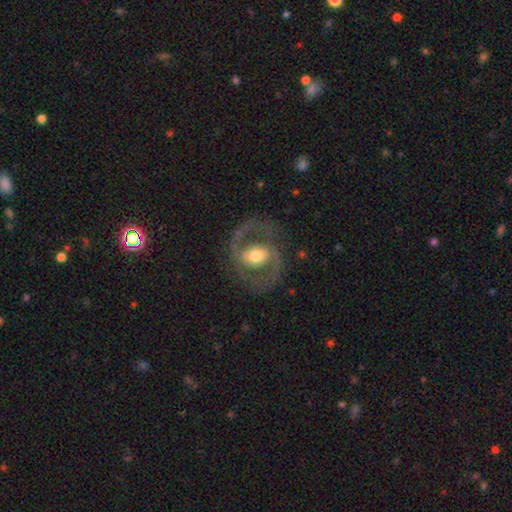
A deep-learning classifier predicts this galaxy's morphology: The model was most divided on "bar": no: 40%, weak: 37%, strong: 23%. More confident: edge-on disk — no (97%); spiral arm count — 2 (90%); smooth or featured — featured or disk (82%); spiral arms — yes (80%); merging — none (77%); bulge size — moderate (66%); spiral winding — medium (58%).